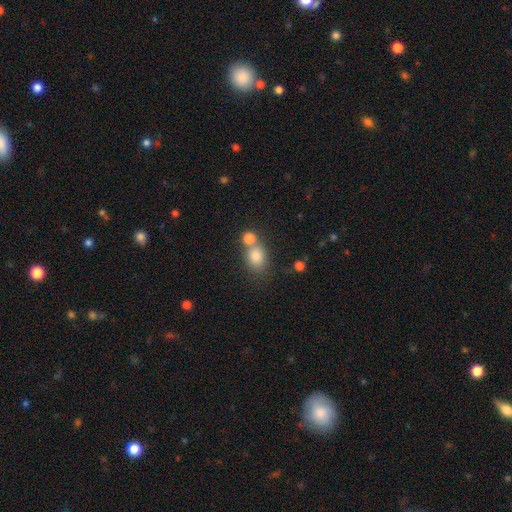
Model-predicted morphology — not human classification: The model was most divided on "how rounded": round: 50%, in between: 48%, cigar-shaped: 1%. More confident: smooth or featured — smooth (80%); merging — none (52%).